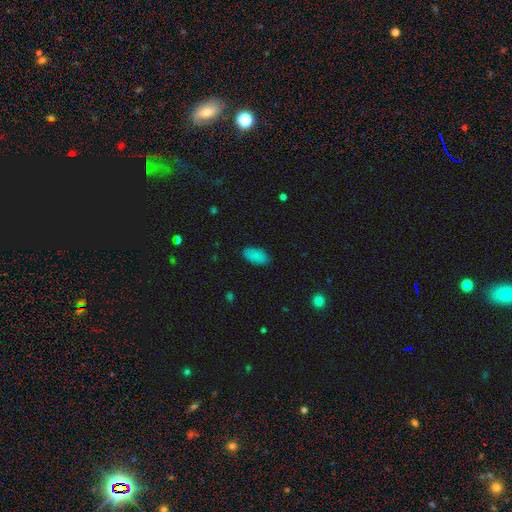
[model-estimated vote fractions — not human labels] smooth_or_featured: smooth (p=0.87) [alt: star or artifact p=0.08]
how_rounded: in between (p=0.94) [alt: cigar-shaped p=0.03]
merging: none (p=0.86) [alt: minor disturbance p=0.11]